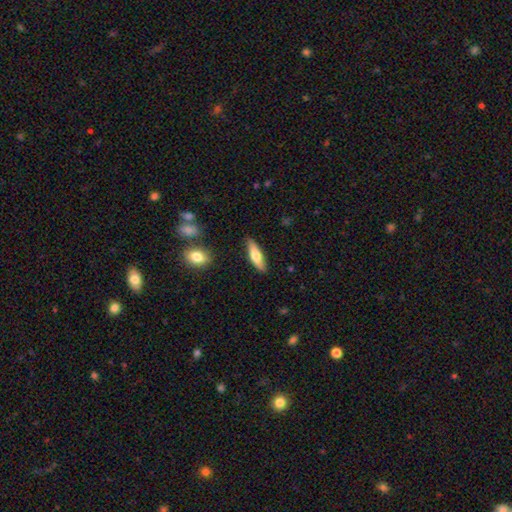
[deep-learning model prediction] smooth-or-featured: smooth: 62% | featured or disk: 32% | star or artifact: 6%
  how-rounded: cigar-shaped: 61% | in between: 36% | round: 2%
  merging: none: 86% | minor disturbance: 10% | major disturbance: 2% | merger: 2%